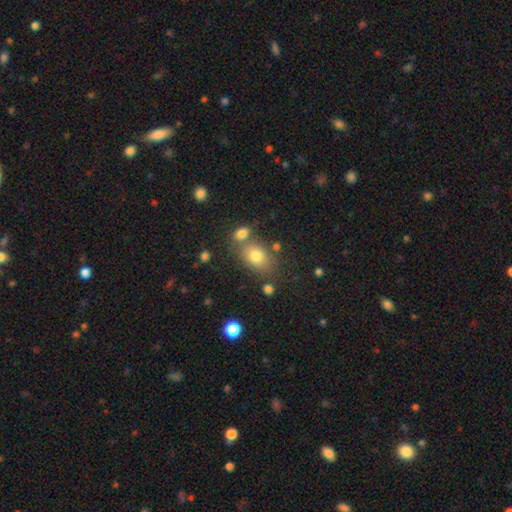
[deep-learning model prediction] Smooth or featured?
  - smooth: 78% *
  - featured or disk: 11%
  - star or artifact: 11%
How rounded?
  - in between: 77% *
  - round: 21%
  - cigar-shaped: 2%
Merging?
  - none: 60% *
  - merger: 21%
  - minor disturbance: 13%
  - major disturbance: 5%